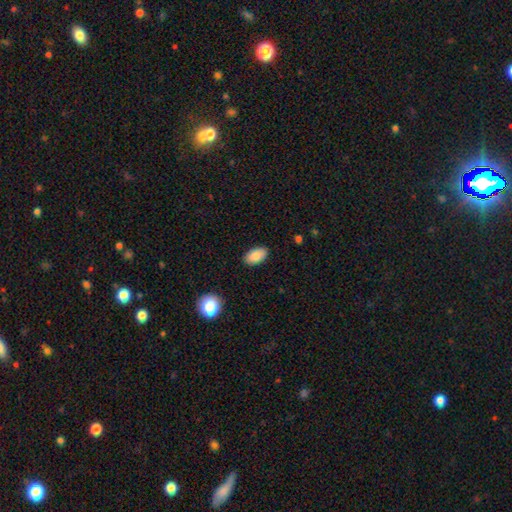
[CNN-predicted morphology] A smooth galaxy with no disk features (86%) that is in between round and cigar-shaped (94%). Merging: none (87%).